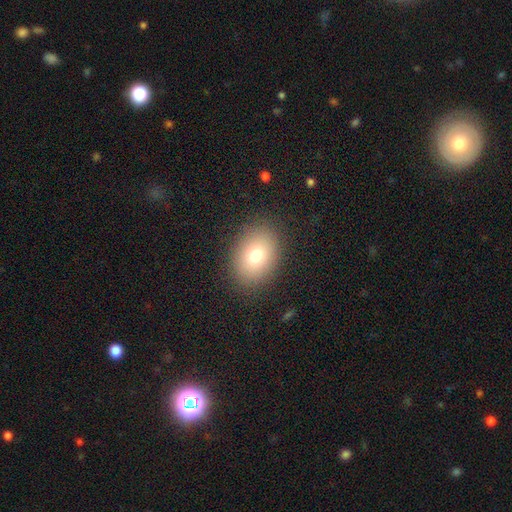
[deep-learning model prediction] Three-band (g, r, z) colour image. It shows a smooth galaxy with no disk features (74%) that is in between round and cigar-shaped (65%). Merging: none (87%).